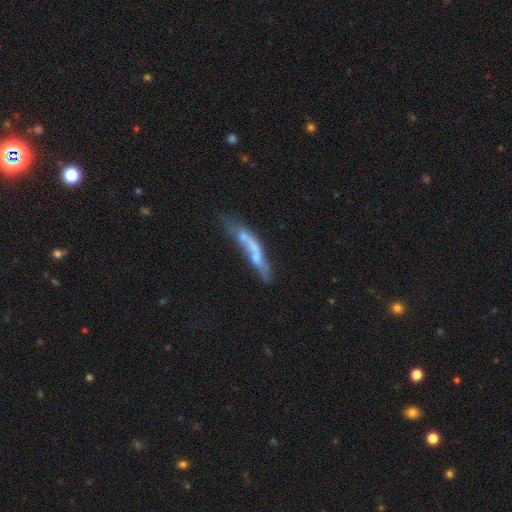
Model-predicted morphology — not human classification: featured or disk 50%, smooth 41%, star or artifact 9%. Down the decision tree: merging — none (31%).